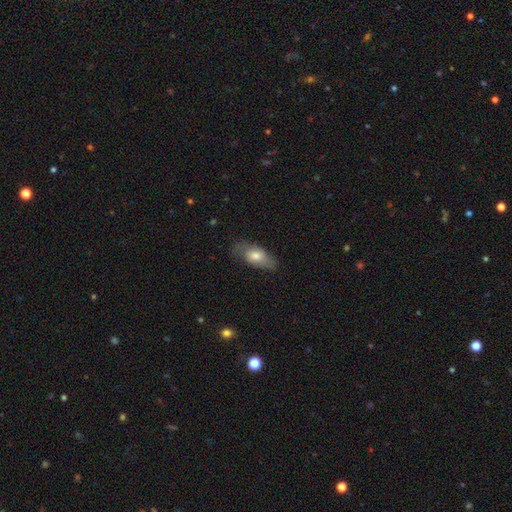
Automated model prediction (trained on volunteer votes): Smooth or featured? Predicted: smooth (p=0.66). How rounded? Predicted: in between (p=0.84). Merging? Predicted: none (p=0.70).